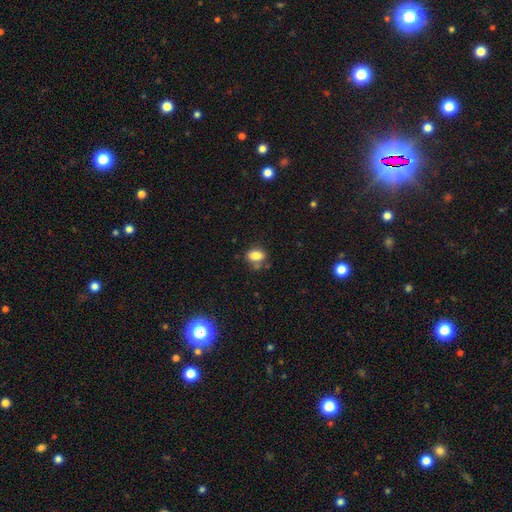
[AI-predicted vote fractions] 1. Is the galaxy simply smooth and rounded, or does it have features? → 82% smooth, 10% star or artifact, 8% featured or disk.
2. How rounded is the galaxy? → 81% in between, 17% round, 3% cigar-shaped.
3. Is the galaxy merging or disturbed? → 65% none, 20% minor disturbance, 9% merger, 6% major disturbance.